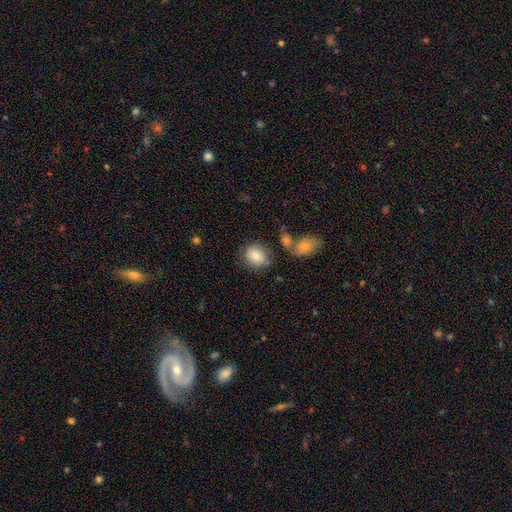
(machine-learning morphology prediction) The model was most divided on "how rounded": round: 73%, in between: 26%, cigar-shaped: 1%. More confident: smooth or featured — smooth (82%); merging — none (71%).